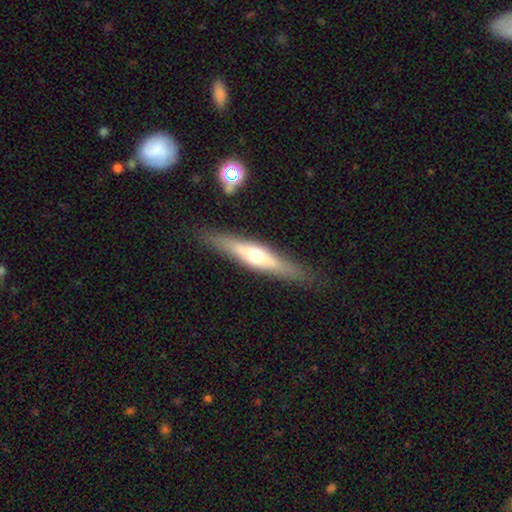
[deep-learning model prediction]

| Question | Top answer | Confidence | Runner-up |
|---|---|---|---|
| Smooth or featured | featured or disk | 53% | smooth (41%) |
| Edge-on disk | yes | 85% | no (15%) |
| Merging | none | 86% | minor disturbance (10%) |